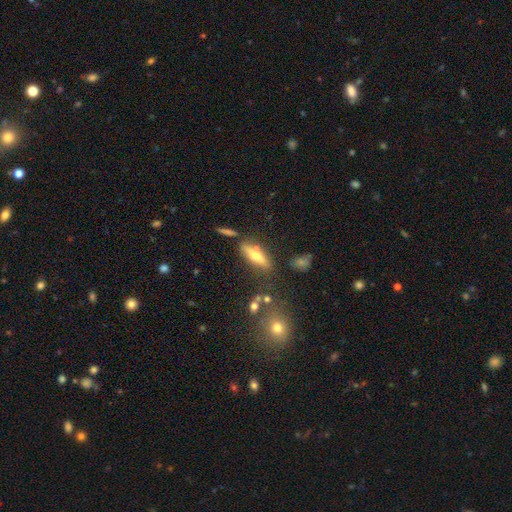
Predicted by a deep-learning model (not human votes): Overall: smooth (51%; featured or disk 40%). How rounded: cigar-shaped (57%; in between 39%). Merging: none (70%).